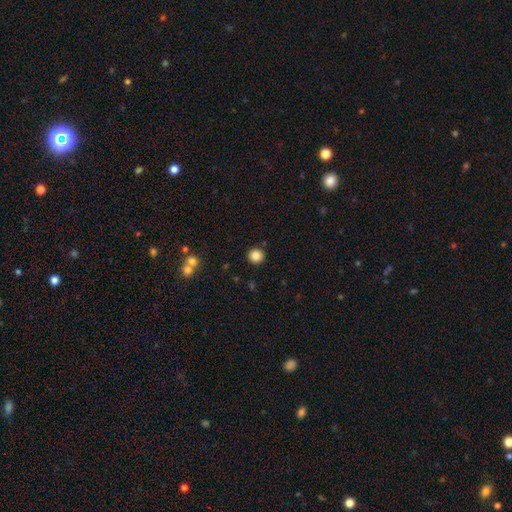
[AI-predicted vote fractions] A smooth galaxy with no disk features (84%) that is round (93%).

Vote fractions:
- Smooth or featured? smooth: 84% / star or artifact: 11% / featured or disk: 5%
- How rounded? round: 93% / in between: 6% / cigar-shaped: 1%
- Merging? none: 91% / minor disturbance: 5% / merger: 2% / major disturbance: 2%